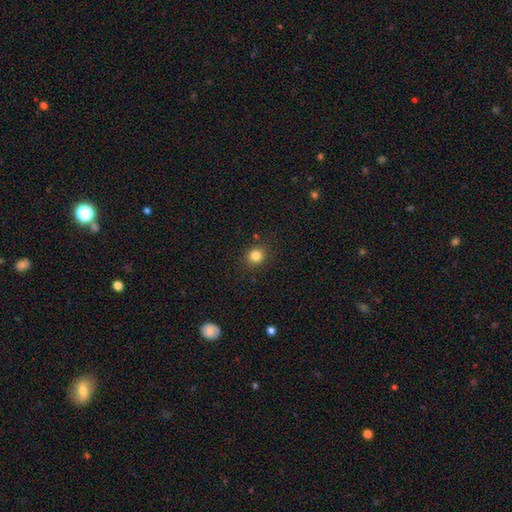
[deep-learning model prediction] The model was most divided on "how rounded": round: 84%, in between: 15%, cigar-shaped: 1%. More confident: merging — none (88%); smooth or featured — smooth (83%).